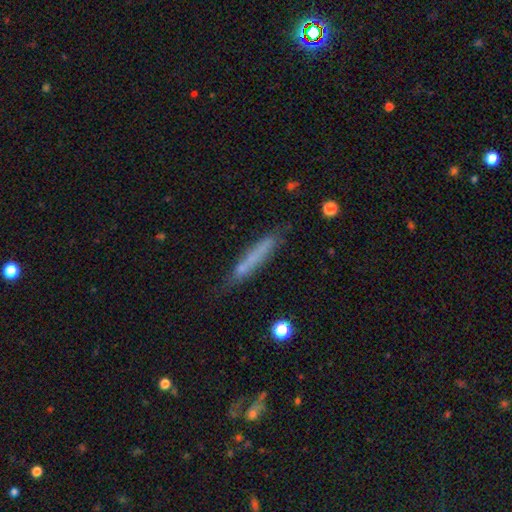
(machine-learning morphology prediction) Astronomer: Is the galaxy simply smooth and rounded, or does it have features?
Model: smooth — 62%.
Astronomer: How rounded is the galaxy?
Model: cigar-shaped — 92%.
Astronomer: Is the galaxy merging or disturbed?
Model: none — 68%.